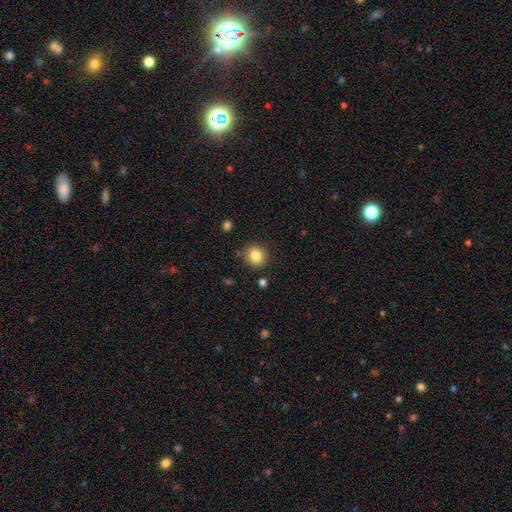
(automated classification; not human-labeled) A smooth galaxy with no disk features (83%) that is round (86%).

Vote fractions:
- Smooth or featured? smooth: 83% / star or artifact: 10% / featured or disk: 6%
- How rounded? round: 86% / in between: 13% / cigar-shaped: 1%
- Merging? none: 87% / minor disturbance: 8% / merger: 3% / major disturbance: 2%